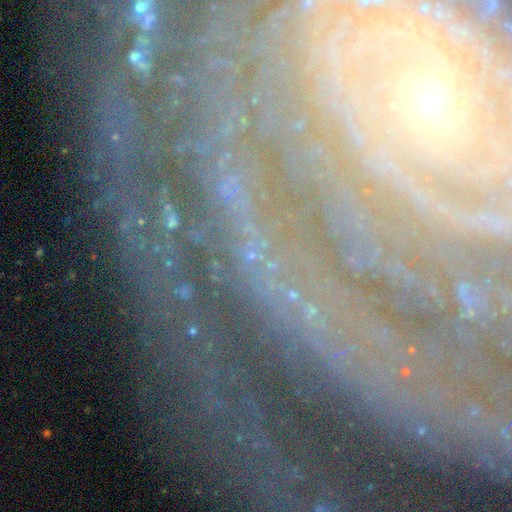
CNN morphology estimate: This appears to be a star or artifact, not a galaxy (61%).